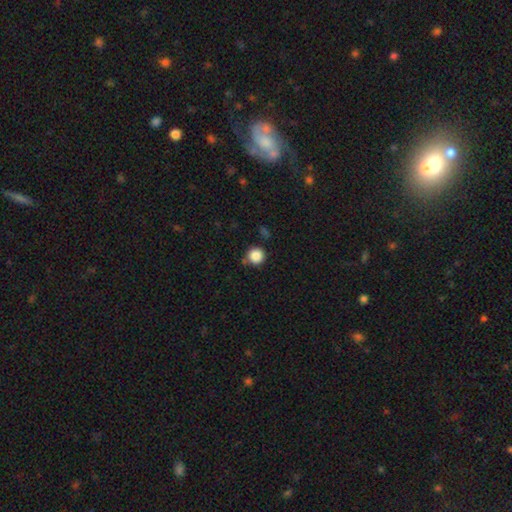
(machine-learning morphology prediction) Smooth or featured? smooth (87%)
How rounded? round (94%)
Merging? none (78%)